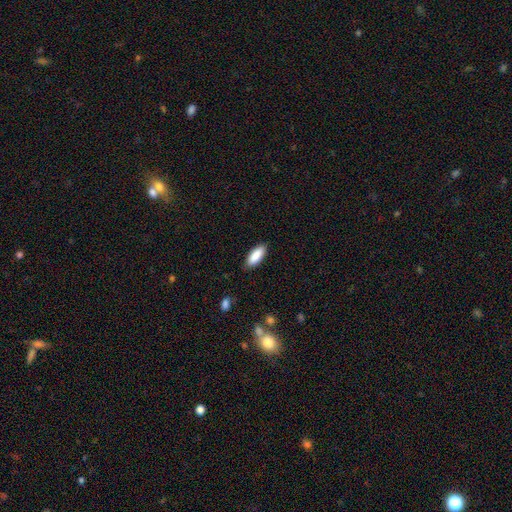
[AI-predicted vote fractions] Smooth or featured? smooth (89%)
How rounded? in between (76%)
Merging? none (87%)